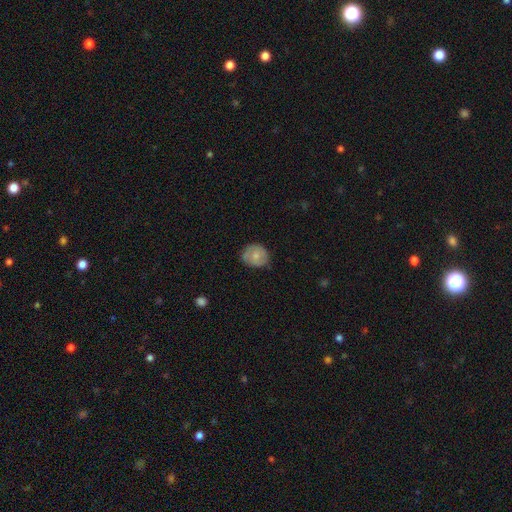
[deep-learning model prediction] Smooth or featured: smooth — 72% (featured or disk — 22%)
How rounded: round — 71% (in between — 28%)
Merging: none — 69% (minor disturbance — 25%)